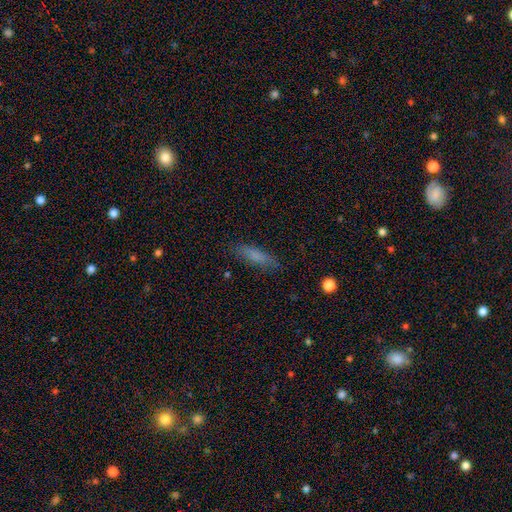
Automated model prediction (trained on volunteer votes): A smooth galaxy with no disk features (75%) that is cigar-shaped (64%). Merging: none (82%).